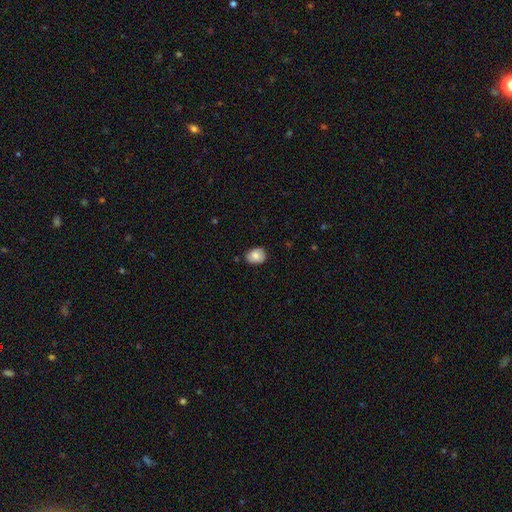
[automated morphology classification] The model was most divided on "how rounded": in between: 56%, round: 43%, cigar-shaped: 1%. More confident: smooth or featured — smooth (81%); merging — none (79%).